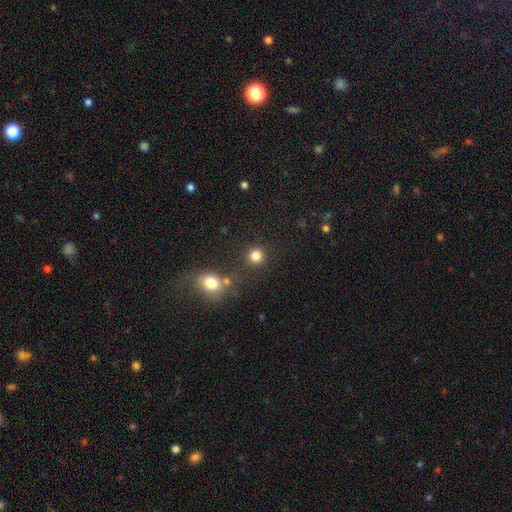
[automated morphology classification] smooth_or_featured: smooth (p=0.83) [alt: star or artifact p=0.13]
how_rounded: round (p=0.92) [alt: in between p=0.07]
merging: none (p=0.82) [alt: merger p=0.08]